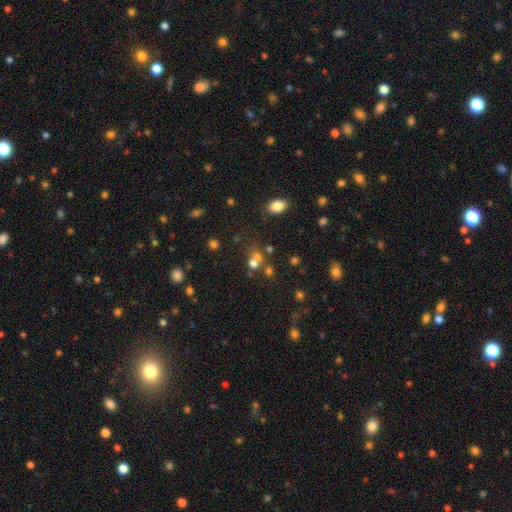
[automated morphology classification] Overall: smooth (45%; star or artifact 43%). Merging: none (61%; merger 22%).